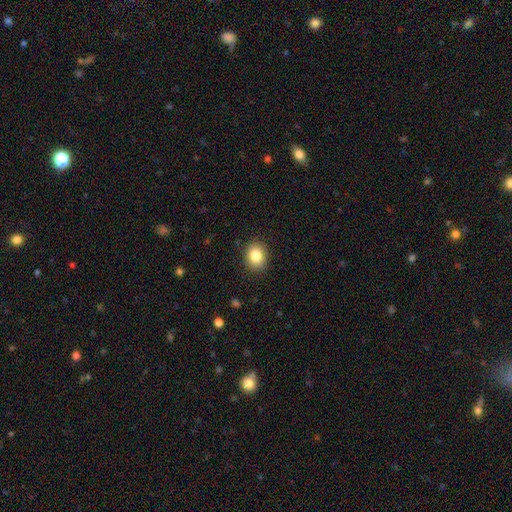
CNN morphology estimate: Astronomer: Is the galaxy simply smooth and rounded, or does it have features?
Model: smooth — 84%.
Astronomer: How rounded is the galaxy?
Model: round — 59% (runner-up: in between, 40%).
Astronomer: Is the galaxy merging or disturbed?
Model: none — 89%.